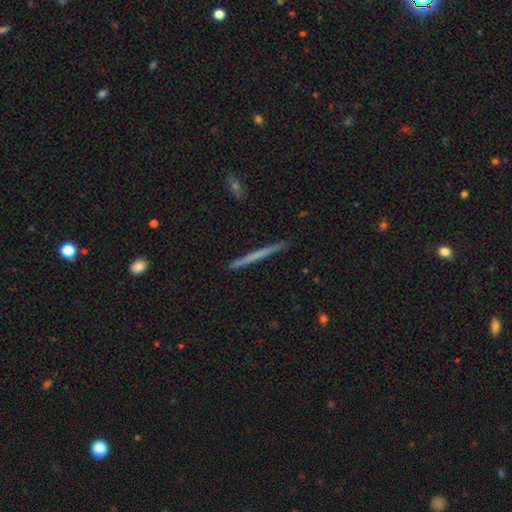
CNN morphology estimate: Smooth or featured? Predicted: smooth (p=0.47, tied with featured or disk). Merging? Predicted: none (p=0.91).